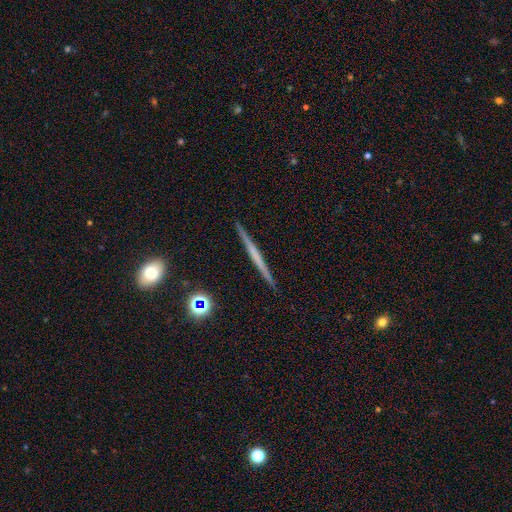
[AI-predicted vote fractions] The model was most divided on "smooth or featured": featured or disk: 57%, smooth: 35%, star or artifact: 8%. More confident: edge-on disk — yes (98%); merging — none (91%); edge-on bulge — none (86%).